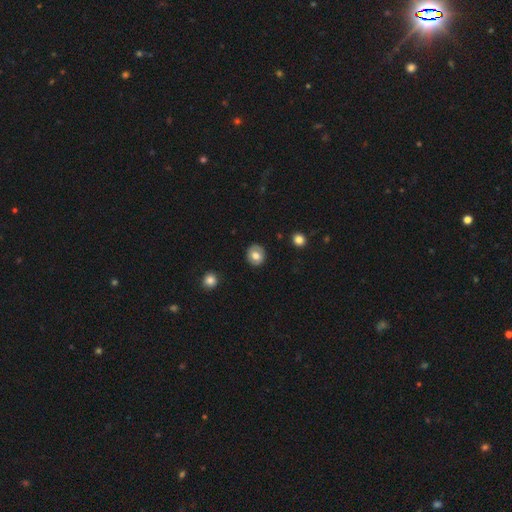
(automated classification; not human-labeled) The model was most divided on "smooth or featured": smooth: 75%, featured or disk: 17%, star or artifact: 8%. More confident: merging — none (89%); how rounded — round (84%).